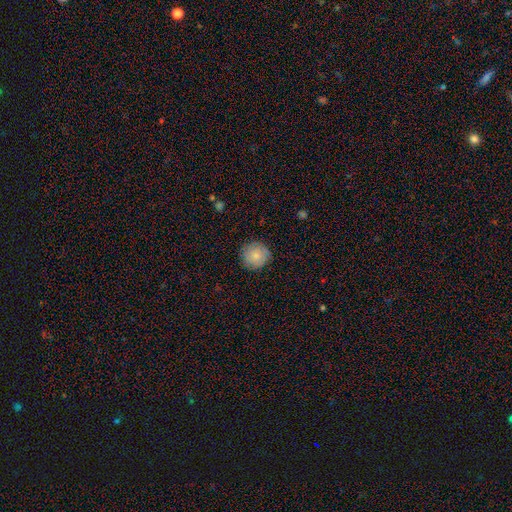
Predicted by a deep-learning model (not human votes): A smooth galaxy with no disk features (81%) that is round (93%). Merging: none (86%).